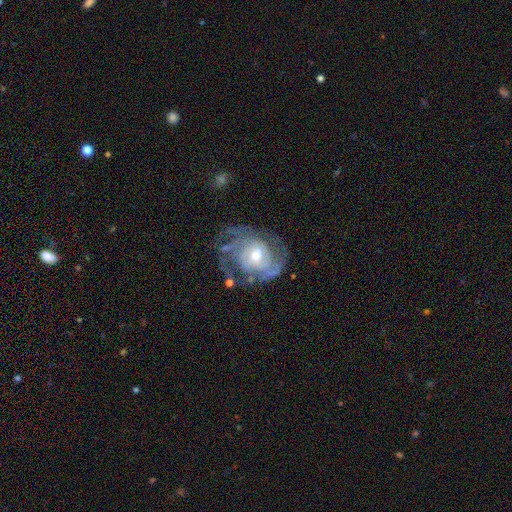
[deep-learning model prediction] Smooth or featured?
  - featured or disk: 86% *
  - smooth: 8%
  - star or artifact: 6%
Edge-on disk?
  - no: 97% *
  - yes: 3%
Bar?
  - no: 56% *
  - weak: 34%
  - strong: 10%
Spiral arms?
  - yes: 92% *
  - no: 8%
Spiral winding?
  - tight: 55% *
  - medium: 35%
  - loose: 10%
Spiral arm count?
  - can't tell: 32% *
  - 2: 27%
  - 3: 21%
  - 4: 9%
  - 1: 5%
  - more than 4: 5%
Bulge size?
  - moderate: 62% *
  - small: 32%
  - large: 5%
  - none: 1%
  - dominant: 1%
Merging?
  - none: 58% *
  - minor disturbance: 20%
  - major disturbance: 19%
  - merger: 3%